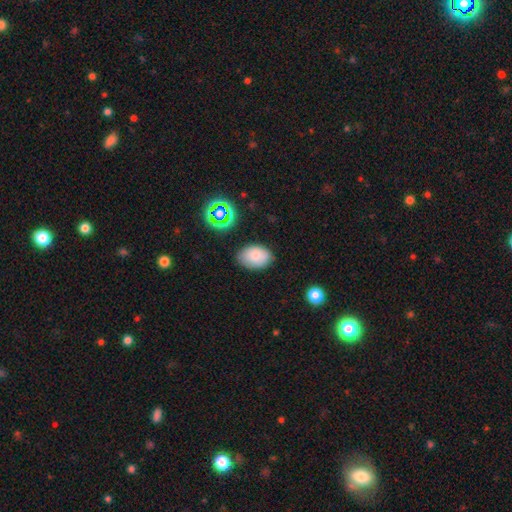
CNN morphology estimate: type=smooth (80%); roundness=in between (84%); merging=none (80%).